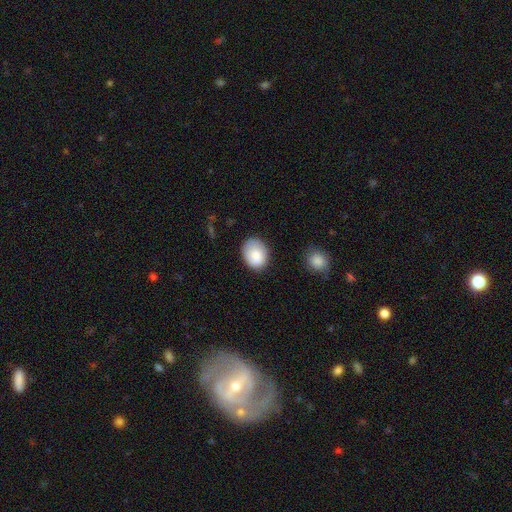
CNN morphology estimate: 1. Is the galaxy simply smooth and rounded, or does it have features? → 85% smooth, 8% featured or disk, 7% star or artifact.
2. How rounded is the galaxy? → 61% in between, 38% round, 1% cigar-shaped.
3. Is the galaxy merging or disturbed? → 72% none, 21% minor disturbance, 5% major disturbance, 2% merger.